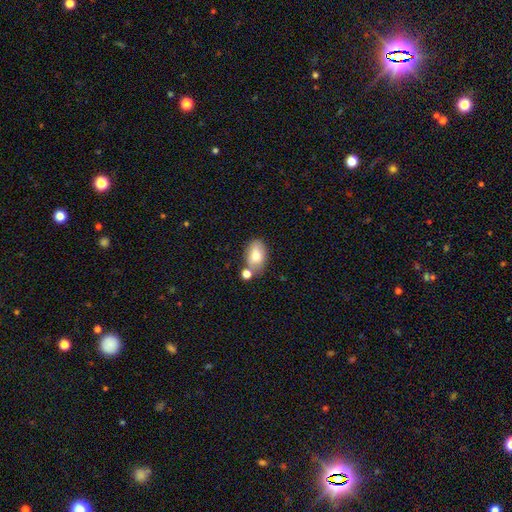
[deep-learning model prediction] Smooth or featured?
  - smooth: 79% *
  - featured or disk: 13%
  - star or artifact: 8%
How rounded?
  - in between: 88% *
  - round: 11%
  - cigar-shaped: 1%
Merging?
  - none: 59% *
  - merger: 19%
  - minor disturbance: 17%
  - major disturbance: 5%